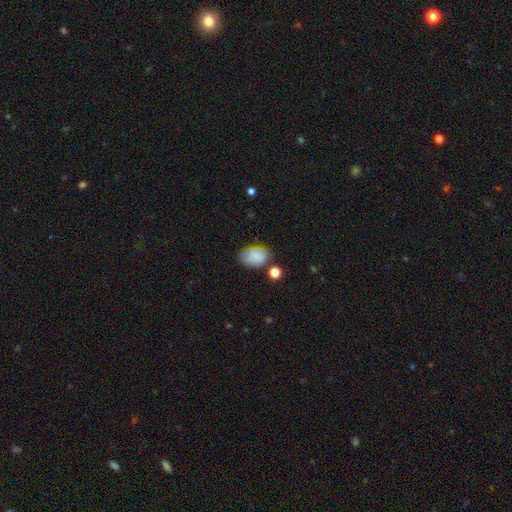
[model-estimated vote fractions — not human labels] Overall: smooth (78%). How rounded: in between (86%). Merging: none (63%).